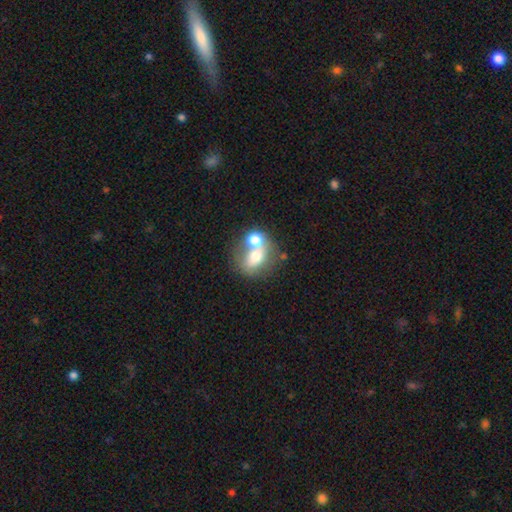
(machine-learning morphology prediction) Q: Smooth or featured?
A: smooth (60%); runner-up: featured or disk (28%)
Q: How rounded?
A: round (55%); runner-up: in between (44%)
Q: Merging?
A: merger (52%); runner-up: none (34%)